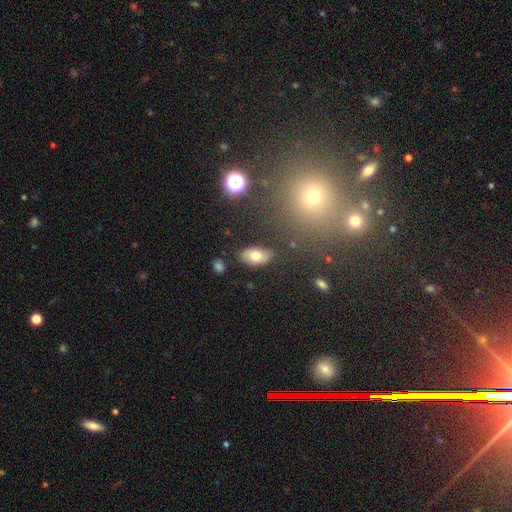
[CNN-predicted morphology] A smooth galaxy with no disk features (71%) that is in between round and cigar-shaped (93%). Merging: none (82%).